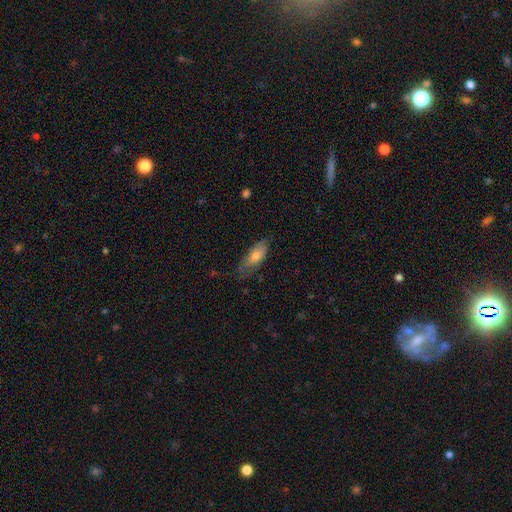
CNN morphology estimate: A smooth galaxy with no disk features (66%) that is in between round and cigar-shaped (72%). Merging: none (66%).